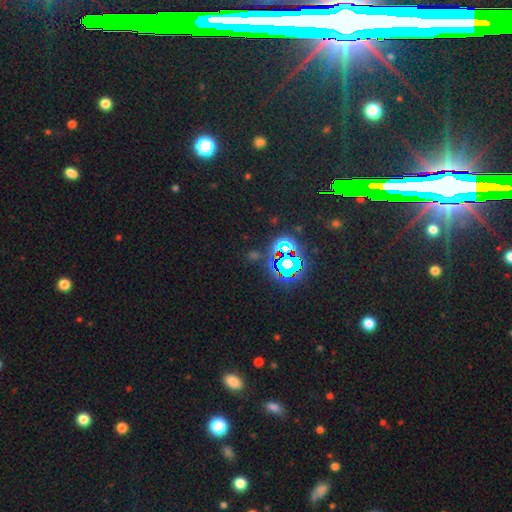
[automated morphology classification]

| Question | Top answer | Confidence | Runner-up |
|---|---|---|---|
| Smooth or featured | star or artifact | 74% | smooth (18%) |